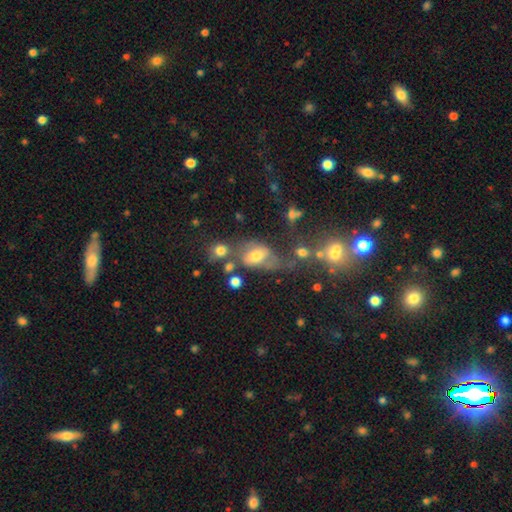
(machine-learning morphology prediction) Smooth or featured?
  - smooth: 52% *
  - featured or disk: 33%
  - star or artifact: 15%
How rounded?
  - in between: 76% *
  - round: 21%
  - cigar-shaped: 3%
Merging?
  - none: 34% *
  - major disturbance: 23%
  - minor disturbance: 22%
  - merger: 22%